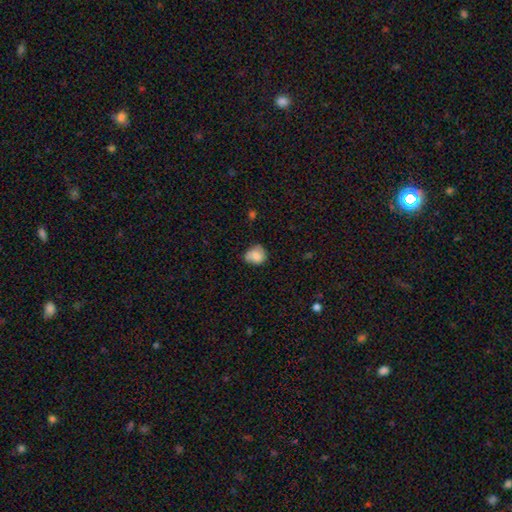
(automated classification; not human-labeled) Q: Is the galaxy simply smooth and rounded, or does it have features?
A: smooth — 72%.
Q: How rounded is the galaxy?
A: round — 68%.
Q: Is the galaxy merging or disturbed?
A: none — 58%.